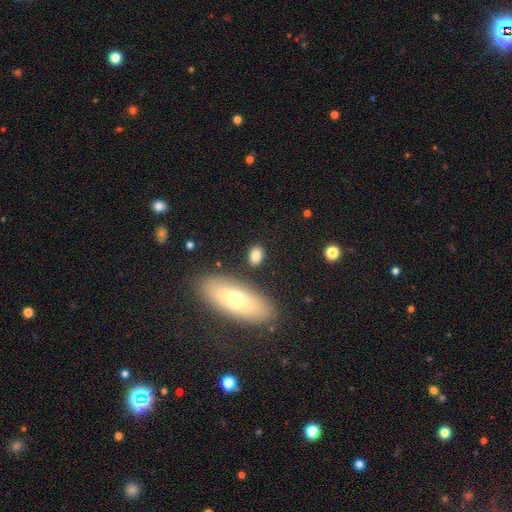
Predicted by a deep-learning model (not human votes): The model was most divided on "how rounded": in between: 79%, round: 17%, cigar-shaped: 4%. More confident: smooth or featured — smooth (81%); merging — none (80%).